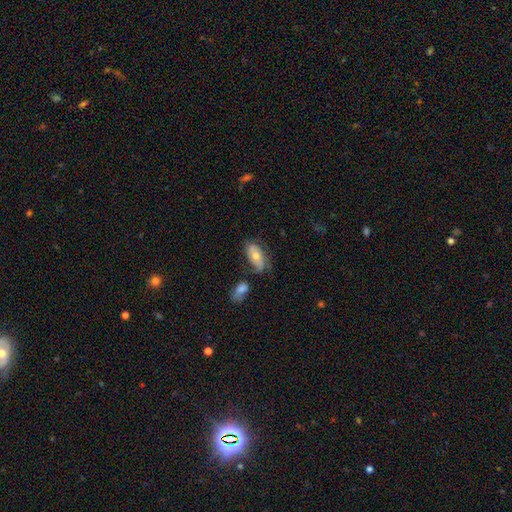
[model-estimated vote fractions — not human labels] Smooth or featured: smooth — 53% (featured or disk — 39%)
How rounded: in between — 89% (cigar-shaped — 8%)
Merging: none — 47% (minor disturbance — 27%)